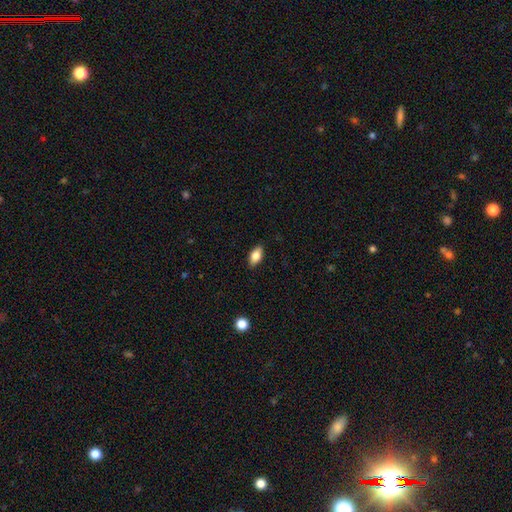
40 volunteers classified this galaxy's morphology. A smooth galaxy with no disk features (72%) that is in between round and cigar-shaped (100%).

Vote fractions:
- Smooth or featured? smooth: 72% / featured or disk: 18% / star or artifact: 10%
- How rounded? in between: 100% / round: 0% / cigar-shaped: 0%
- Merging? none: 72% / minor disturbance: 25% / major disturbance: 3% / merger: 0%